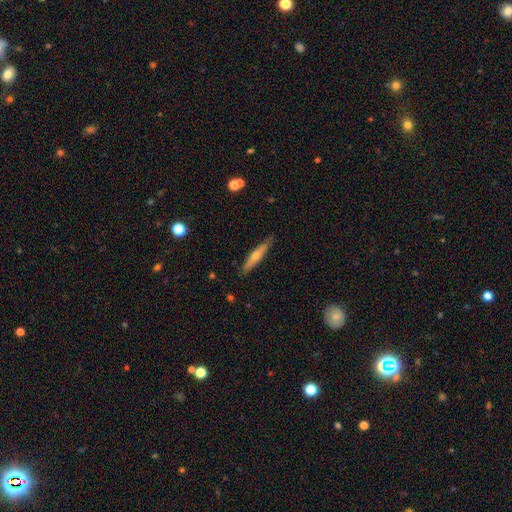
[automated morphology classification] Smooth or featured? featured or disk (50%)
Edge-on disk? yes (90%)
Merging? none (85%)